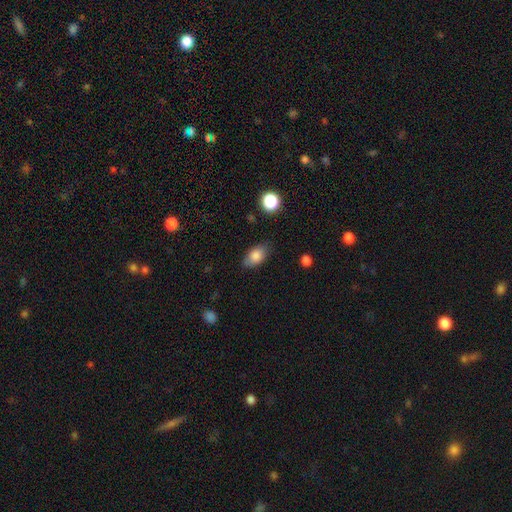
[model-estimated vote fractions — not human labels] Q: Smooth or featured?
A: smooth (83%); runner-up: featured or disk (9%)
Q: How rounded?
A: in between (88%); runner-up: round (9%)
Q: Merging?
A: none (79%); runner-up: minor disturbance (16%)